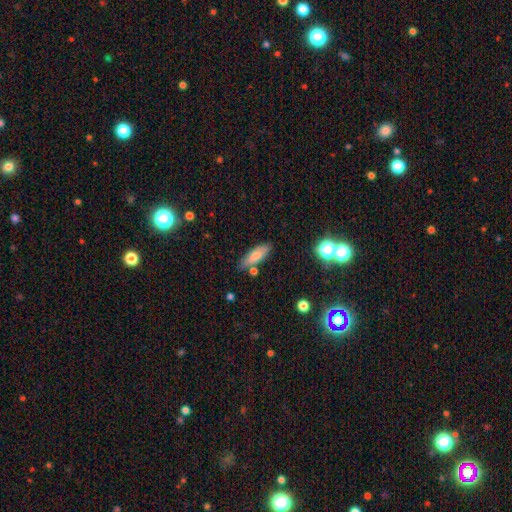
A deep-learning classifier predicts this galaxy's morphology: The model was most divided on "how rounded": in between: 54%, cigar-shaped: 43%, round: 2%. More confident: smooth or featured — smooth (76%); merging — none (76%).